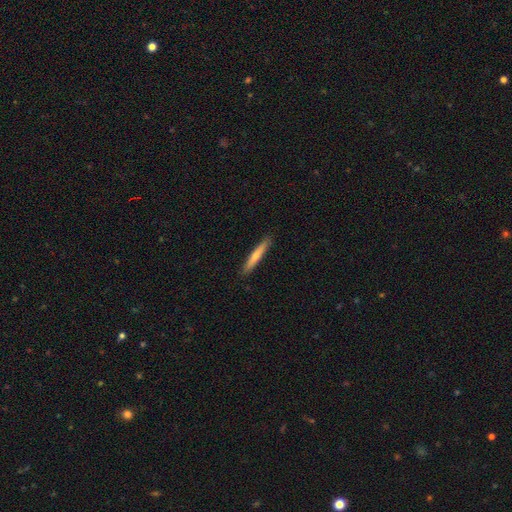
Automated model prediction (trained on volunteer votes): smooth-or-featured: smooth: 64% | featured or disk: 31% | star or artifact: 5%
  how-rounded: cigar-shaped: 95% | in between: 4% | round: 1%
  merging: none: 91% | minor disturbance: 7% | major disturbance: 1% | merger: 1%